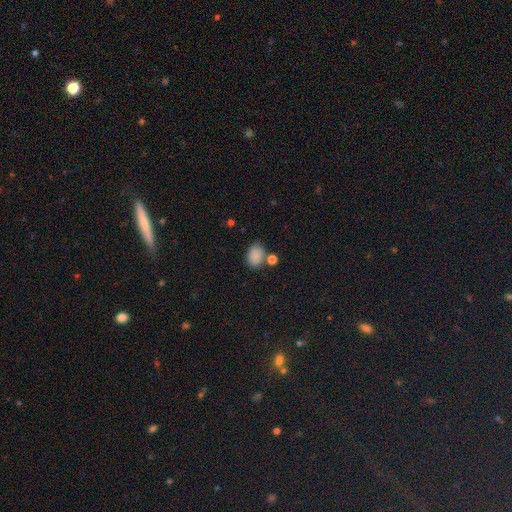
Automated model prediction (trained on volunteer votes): Smooth or featured? Predicted: smooth (p=0.84). How rounded? Predicted: in between (p=0.73). Merging? Predicted: none (p=0.62).